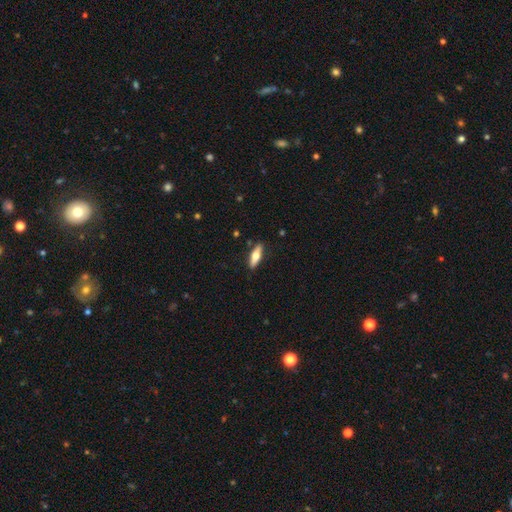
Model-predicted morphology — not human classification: Overall: smooth (56%; featured or disk 38%). How rounded: cigar-shaped (53%; in between 45%). Merging: none (87%).